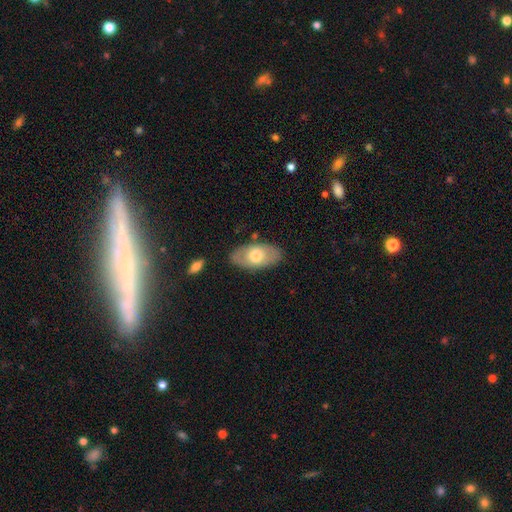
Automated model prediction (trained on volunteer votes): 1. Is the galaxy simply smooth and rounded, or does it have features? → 58% smooth, 37% featured or disk, 5% star or artifact.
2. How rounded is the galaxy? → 93% in between, 5% round, 2% cigar-shaped.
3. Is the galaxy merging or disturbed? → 81% none, 13% minor disturbance, 3% major disturbance, 2% merger.